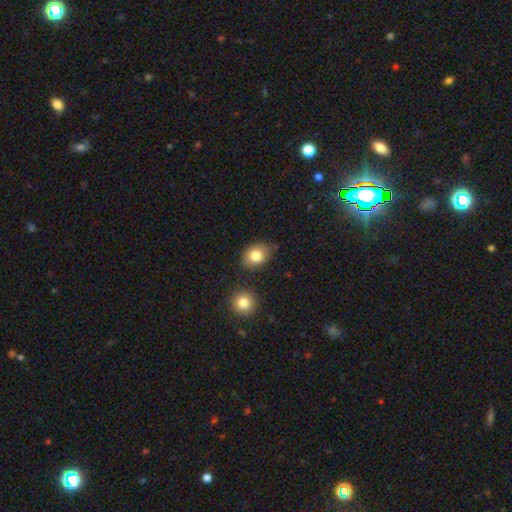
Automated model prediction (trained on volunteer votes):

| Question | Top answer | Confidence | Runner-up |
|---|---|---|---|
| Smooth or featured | smooth | 80% | featured or disk (11%) |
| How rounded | in between | 59% | round (40%) |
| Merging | none | 77% | minor disturbance (15%) |